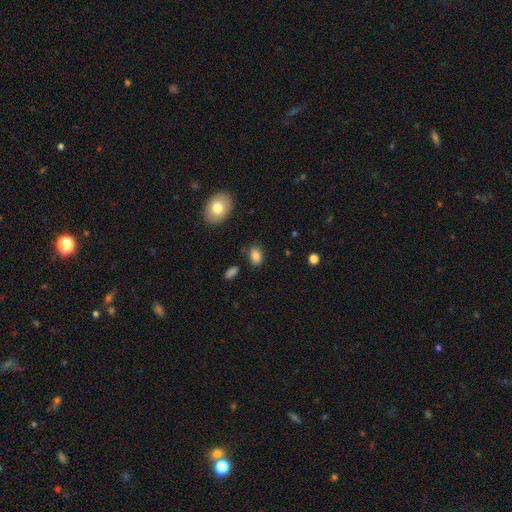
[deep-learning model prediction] Smooth or featured? Predicted: smooth (p=0.83). How rounded? Predicted: in between (p=0.80). Merging? Predicted: none (p=0.77).